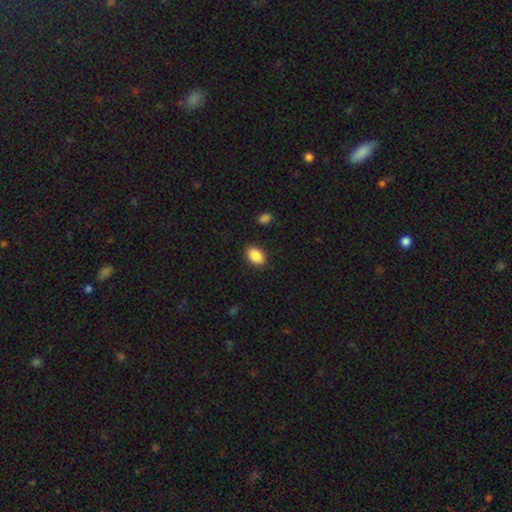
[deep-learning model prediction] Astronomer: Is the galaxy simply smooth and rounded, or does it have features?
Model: smooth — 89%.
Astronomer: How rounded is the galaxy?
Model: in between — 85%.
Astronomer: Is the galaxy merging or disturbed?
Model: none — 88%.